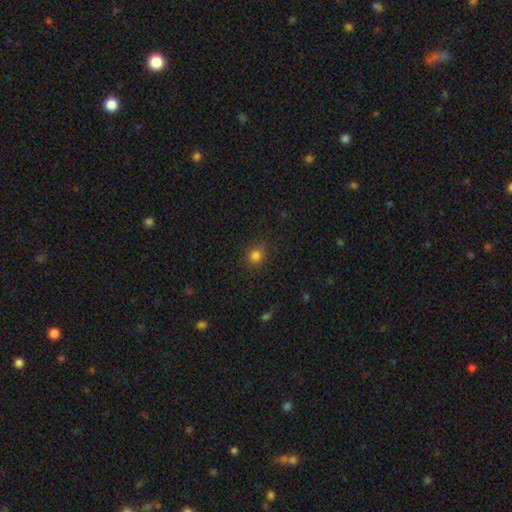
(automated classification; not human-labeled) Q: Smooth or featured?
A: smooth (81%); runner-up: star or artifact (14%)
Q: How rounded?
A: round (84%); runner-up: in between (15%)
Q: Merging?
A: none (86%); runner-up: minor disturbance (10%)